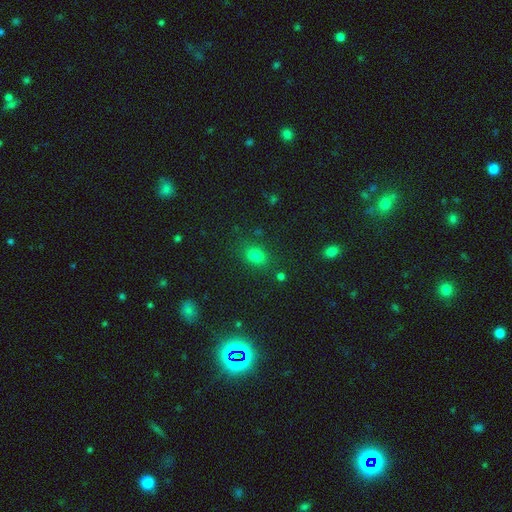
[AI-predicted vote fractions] This appears to be a smooth galaxy with no disk features (75%) that is in between round and cigar-shaped (61%). Merging: none (77%).